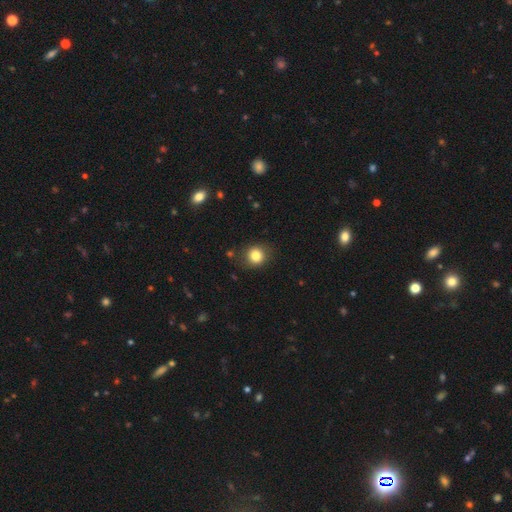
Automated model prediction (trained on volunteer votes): Morphology: type=smooth (82%); roundness=round (80%); merging=none (82%).